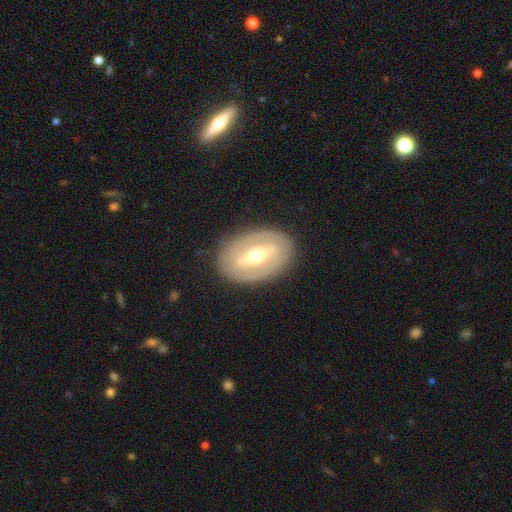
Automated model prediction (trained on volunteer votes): Morphology: type=featured or disk (71%); edge-on=no (90%); bar=strong (61%); spiral arms=no (60%); bulge=moderate (70%); merging=none (86%).